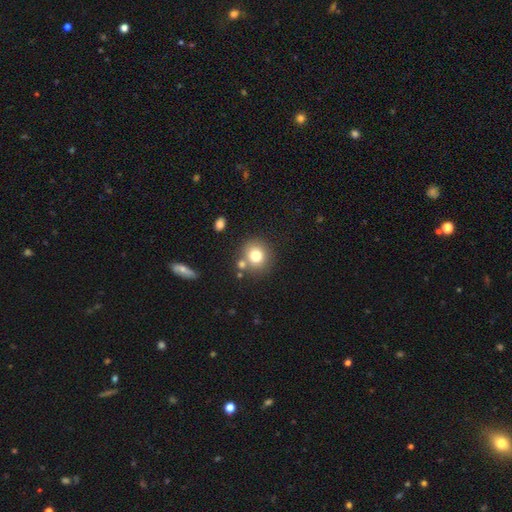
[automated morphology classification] Smooth or featured? smooth (76%)
How rounded? round (85%)
Merging? none (73%)